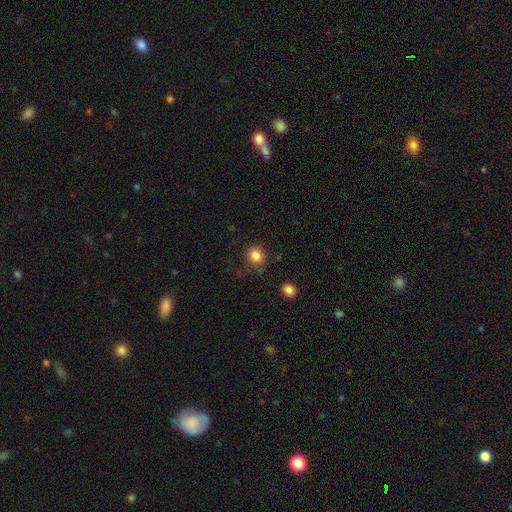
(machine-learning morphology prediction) smooth_or_featured: smooth (p=0.85) [alt: star or artifact p=0.11]
how_rounded: round (p=0.84) [alt: in between p=0.15]
merging: none (p=0.81) [alt: minor disturbance p=0.12]